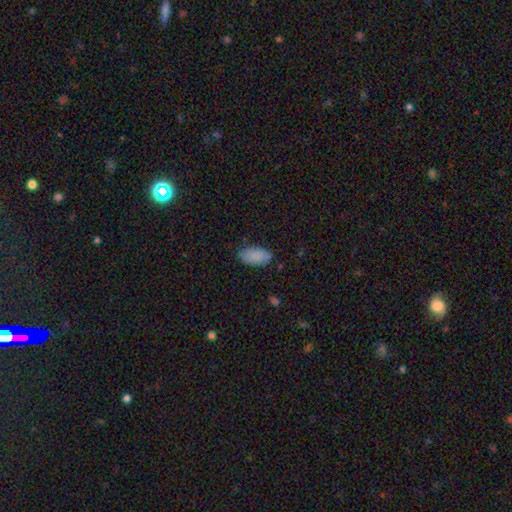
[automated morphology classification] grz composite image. It shows a smooth galaxy with no disk features (88%) that is in between round and cigar-shaped (94%). Merging: none (80%).